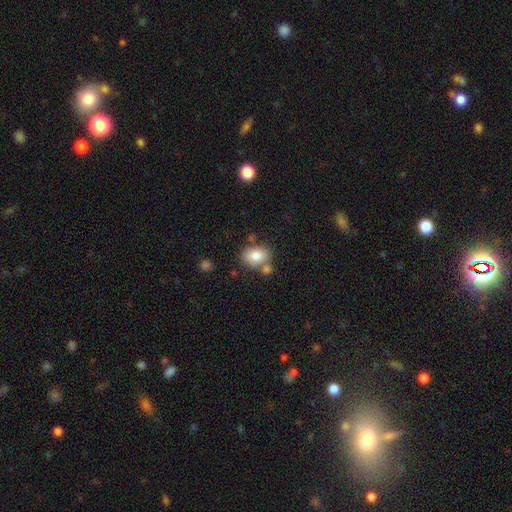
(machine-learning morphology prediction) Smooth or featured?
  - smooth: 80% *
  - featured or disk: 11%
  - star or artifact: 8%
How rounded?
  - in between: 68% *
  - round: 31%
  - cigar-shaped: 1%
Merging?
  - none: 61% *
  - merger: 20%
  - minor disturbance: 15%
  - major disturbance: 4%